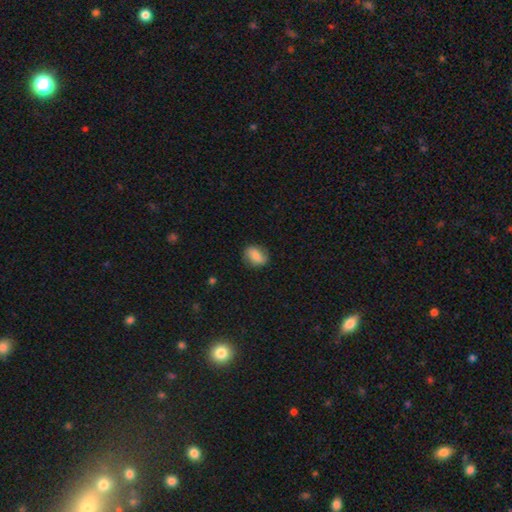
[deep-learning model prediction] Smooth or featured? smooth (69%)
How rounded? in between (64%)
Merging? none (79%)